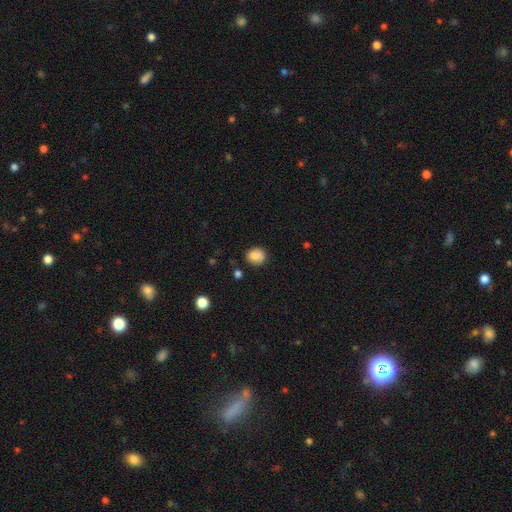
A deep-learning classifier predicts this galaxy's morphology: Overall: smooth (84%). How rounded: round (74%). Merging: none (79%).